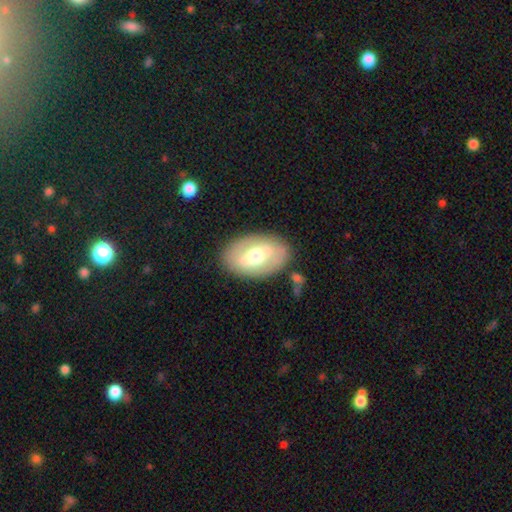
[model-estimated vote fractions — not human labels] featured or disk 49%, smooth 45%, star or artifact 6%. Down the decision tree: merging — none (83%).